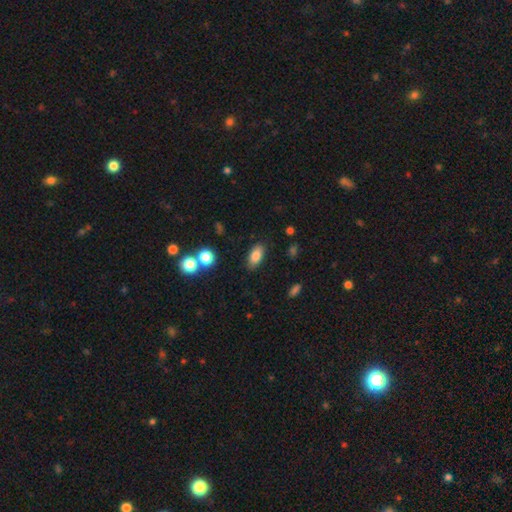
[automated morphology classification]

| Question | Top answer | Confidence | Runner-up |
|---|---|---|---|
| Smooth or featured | smooth | 81% | featured or disk (10%) |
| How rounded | in between | 89% | cigar-shaped (7%) |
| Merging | none | 84% | minor disturbance (10%) |